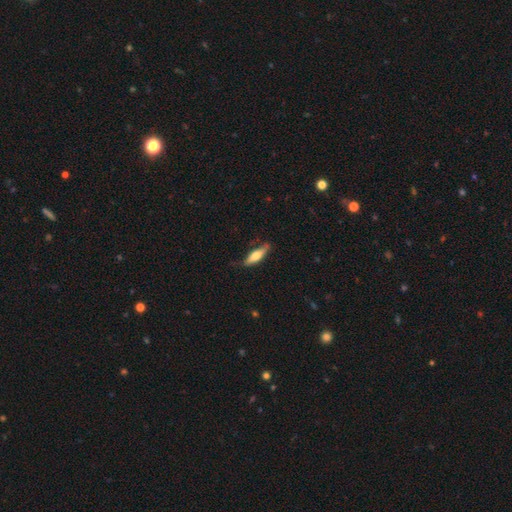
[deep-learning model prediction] Smooth or featured? Predicted: smooth (p=0.57). How rounded? Predicted: cigar-shaped (p=0.63). Merging? Predicted: none (p=0.73).